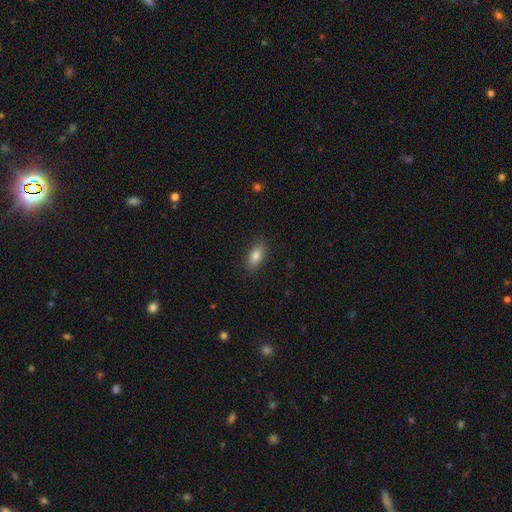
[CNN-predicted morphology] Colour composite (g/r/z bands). It shows a smooth galaxy with no disk features (84%) that is in between round and cigar-shaped (86%). Merging: none (86%).